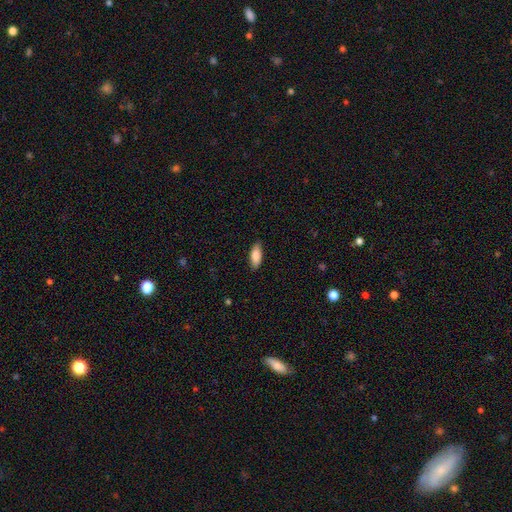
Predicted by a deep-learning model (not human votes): Smooth or featured? Predicted: smooth (p=0.86). How rounded? Predicted: in between (p=0.74). Merging? Predicted: none (p=0.85).